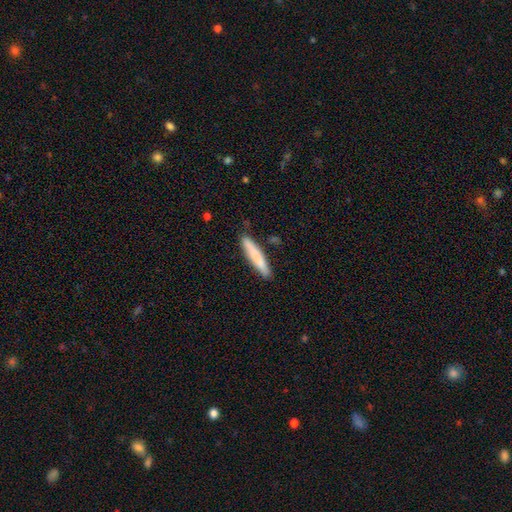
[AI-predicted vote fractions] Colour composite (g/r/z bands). It shows a smooth galaxy with no disk features (78%) that is cigar-shaped (91%). Merging: none (86%).